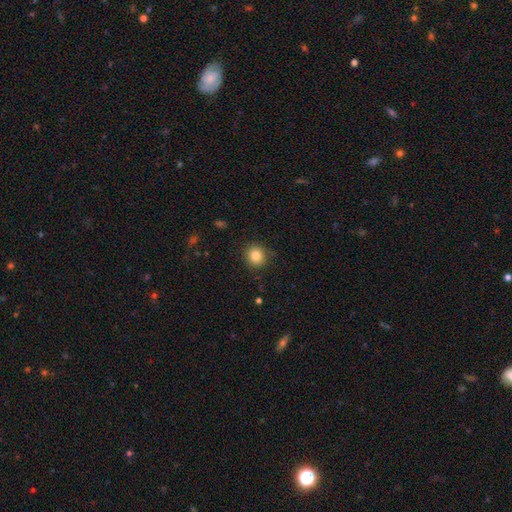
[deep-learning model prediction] A smooth galaxy with no disk features (84%) that is round (89%). Merging: none (86%).